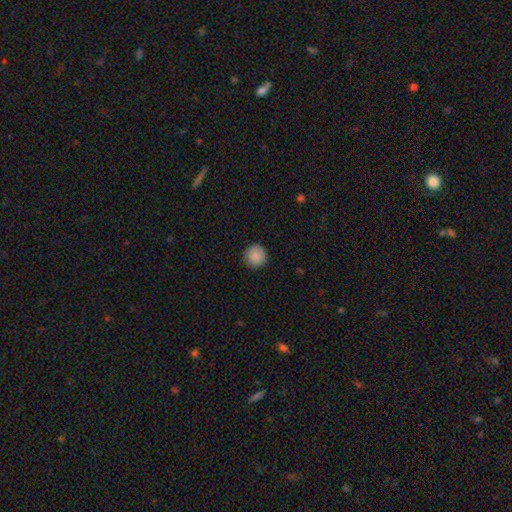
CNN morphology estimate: Q: Smooth or featured?
A: smooth (88%); runner-up: star or artifact (8%)
Q: How rounded?
A: round (95%); runner-up: in between (4%)
Q: Merging?
A: none (89%); runner-up: minor disturbance (8%)